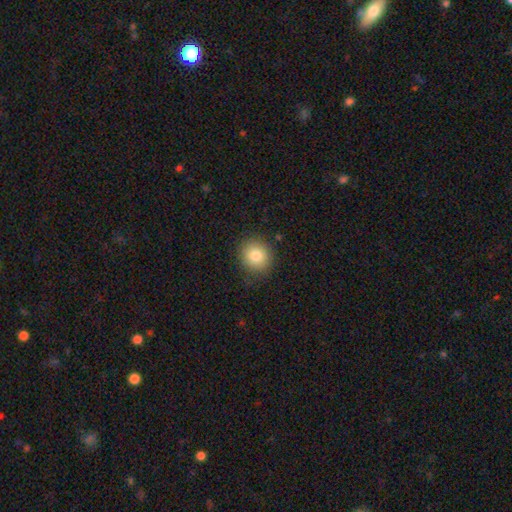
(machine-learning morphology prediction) Overall: smooth (81%). How rounded: round (87%). Merging: none (86%).